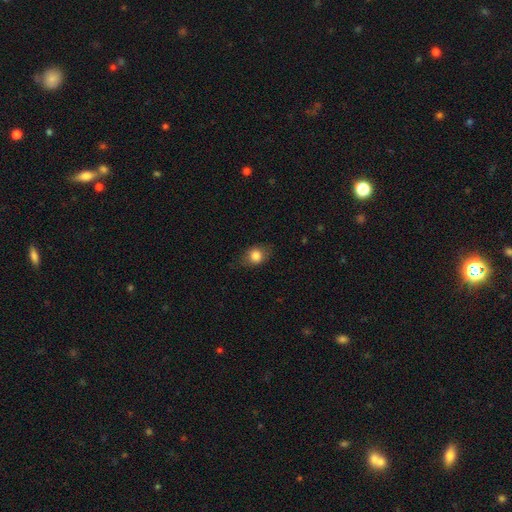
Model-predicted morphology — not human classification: The model was most divided on "how rounded": round: 51%, in between: 47%, cigar-shaped: 2%. More confident: smooth or featured — smooth (80%); merging — none (76%).